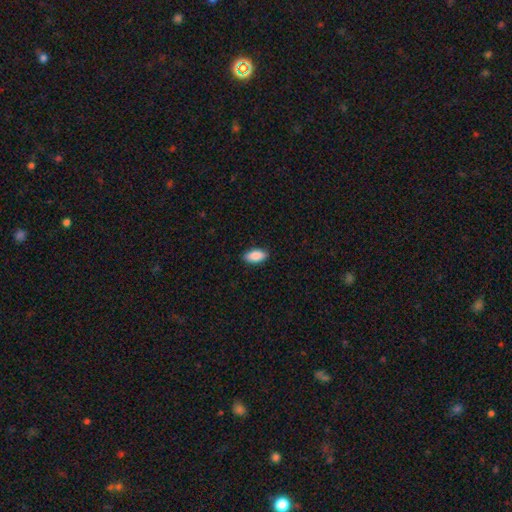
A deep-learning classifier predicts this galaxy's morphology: A smooth galaxy with no disk features (89%) that is in between round and cigar-shaped (92%). Merging: none (90%).